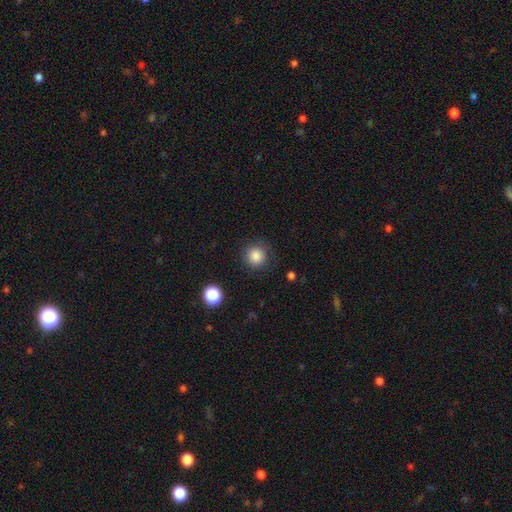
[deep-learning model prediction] A smooth galaxy with no disk features (85%) that is round (93%).

Vote fractions:
- Smooth or featured? smooth: 85% / star or artifact: 10% / featured or disk: 5%
- How rounded? round: 93% / in between: 6% / cigar-shaped: 1%
- Merging? none: 83% / minor disturbance: 11% / major disturbance: 4% / merger: 2%